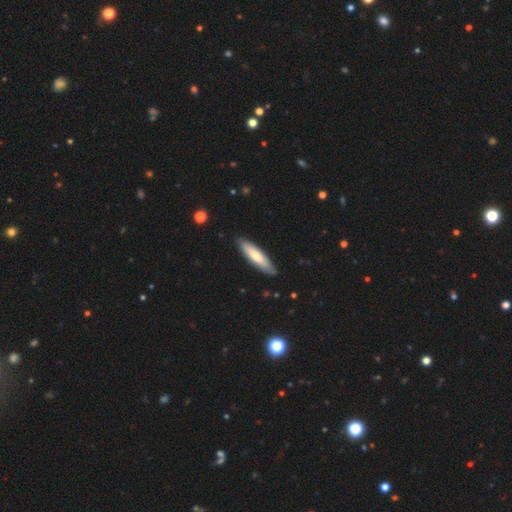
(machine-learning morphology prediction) smooth_or_featured: smooth (p=0.66) [alt: featured or disk p=0.29]
how_rounded: cigar-shaped (p=0.73) [alt: in between p=0.26]
merging: none (p=0.88) [alt: minor disturbance p=0.09]